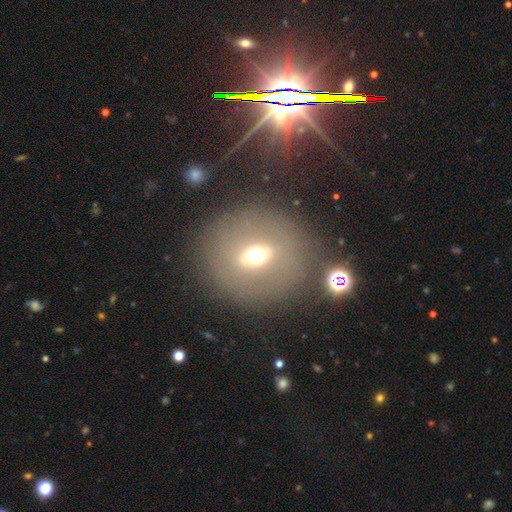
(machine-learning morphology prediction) smooth_or_featured: smooth (p=0.45) [alt: featured or disk p=0.41]
merging: none (p=0.79) [alt: minor disturbance p=0.10]